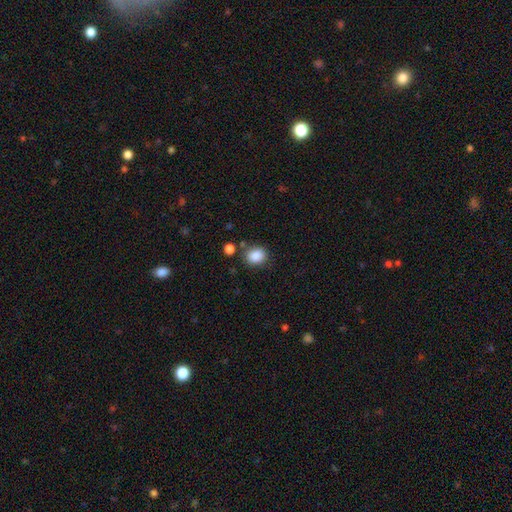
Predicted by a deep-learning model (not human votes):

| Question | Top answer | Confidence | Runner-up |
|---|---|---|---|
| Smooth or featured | smooth | 87% | star or artifact (9%) |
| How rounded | round | 59% | in between (40%) |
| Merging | none | 78% | minor disturbance (12%) |